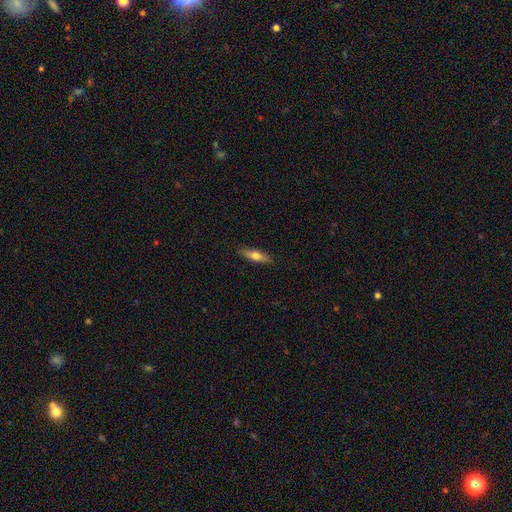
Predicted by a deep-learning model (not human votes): The model was most divided on "smooth or featured": smooth: 61%, featured or disk: 32%, star or artifact: 6%. More confident: merging — none (88%); how rounded — cigar-shaped (63%).